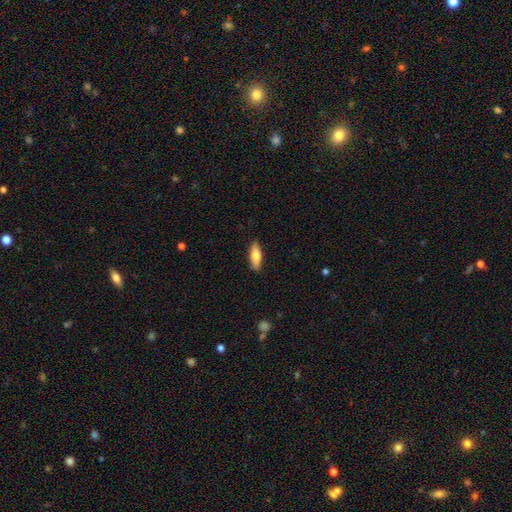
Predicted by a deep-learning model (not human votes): smooth-or-featured: smooth: 75% | featured or disk: 19% | star or artifact: 6%
  how-rounded: in between: 61% | cigar-shaped: 36% | round: 2%
  merging: none: 88% | minor disturbance: 9% | major disturbance: 2% | merger: 1%